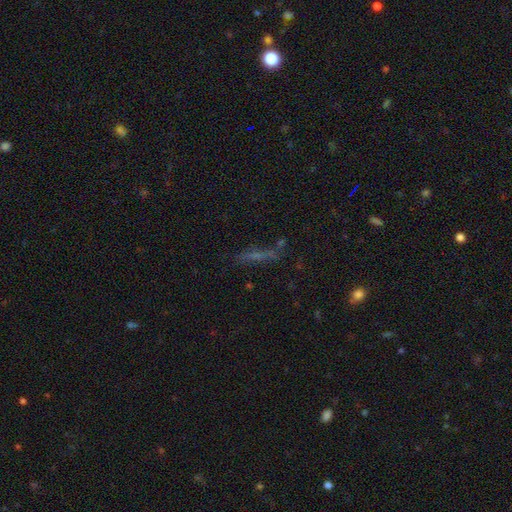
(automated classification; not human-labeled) Overall: smooth (39%; featured or disk 38%). Merging: none (72%).